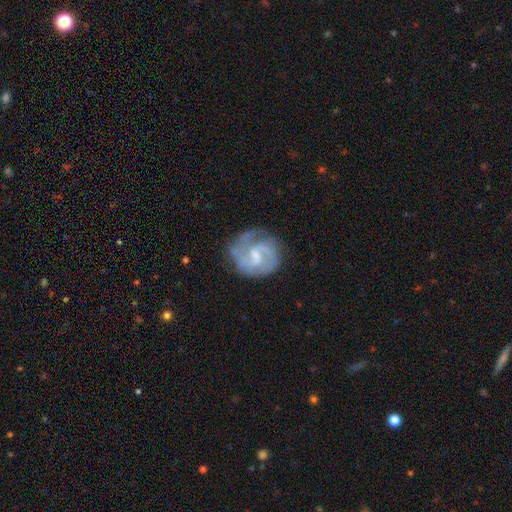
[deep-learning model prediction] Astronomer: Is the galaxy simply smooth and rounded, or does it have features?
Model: featured or disk — 80%.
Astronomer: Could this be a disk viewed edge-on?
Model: no — 98%.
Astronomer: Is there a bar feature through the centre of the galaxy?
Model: weak — 63%.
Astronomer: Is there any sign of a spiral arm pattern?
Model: yes — 92%.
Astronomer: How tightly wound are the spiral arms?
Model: medium — 49% (runner-up: tight, 30%).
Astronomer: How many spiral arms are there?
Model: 2 — 65%.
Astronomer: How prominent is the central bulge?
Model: small — 49% (runner-up: moderate, 32%).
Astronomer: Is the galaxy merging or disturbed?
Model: none — 64%.